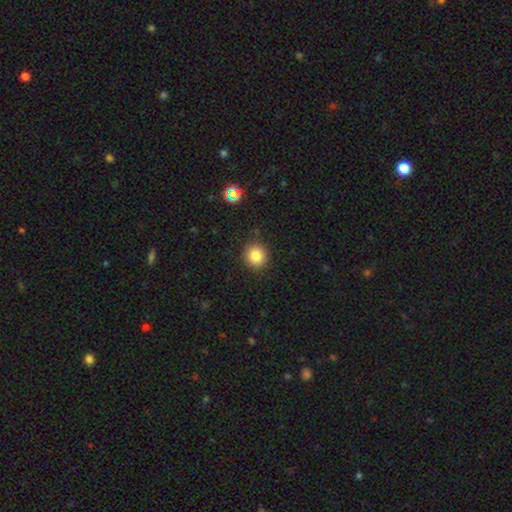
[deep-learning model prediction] The model was most divided on "smooth or featured": smooth: 83%, star or artifact: 11%, featured or disk: 6%. More confident: merging — none (89%); how rounded — round (88%).